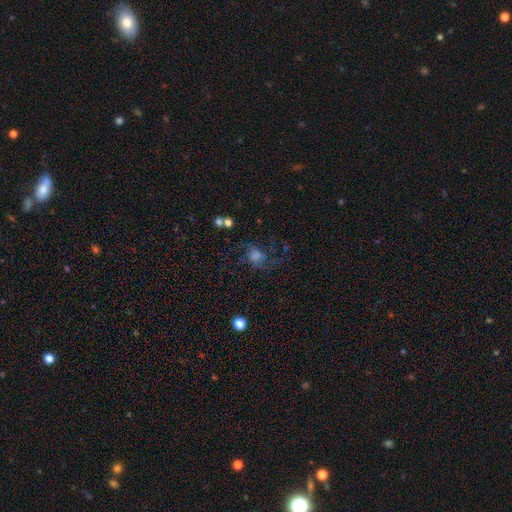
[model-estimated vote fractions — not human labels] Smooth or featured? Predicted: featured or disk (p=0.49). Merging? Predicted: none (p=0.53).